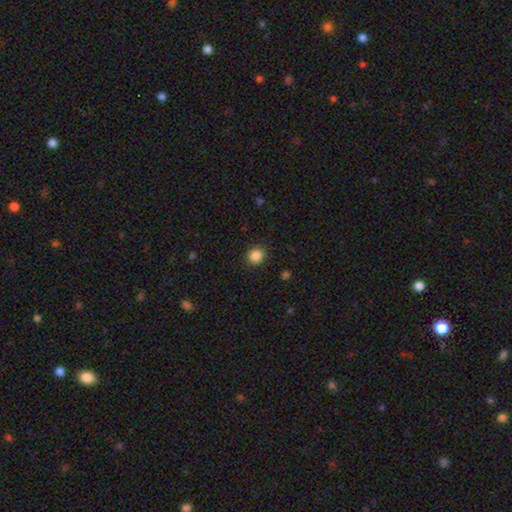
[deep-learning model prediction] The model was most divided on "how rounded": round: 87%, in between: 12%, cigar-shaped: 1%. More confident: merging — none (90%); smooth or featured — smooth (86%).